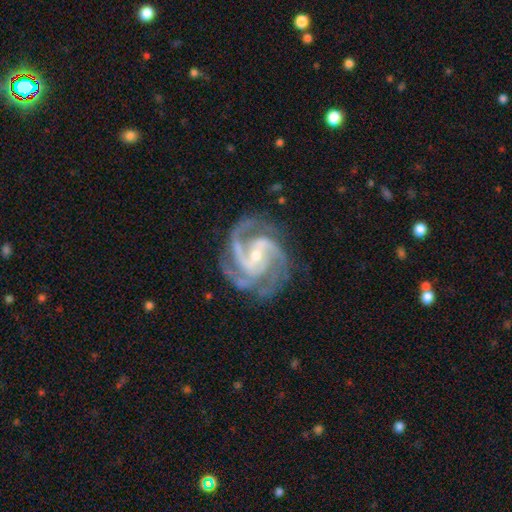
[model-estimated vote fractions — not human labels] A featured or disk galaxy (94%) with a weak bar (42%), 3 (53%) medium (52%) spiral arms (99%) and a small central bulge (66%). Merging: none (75%).